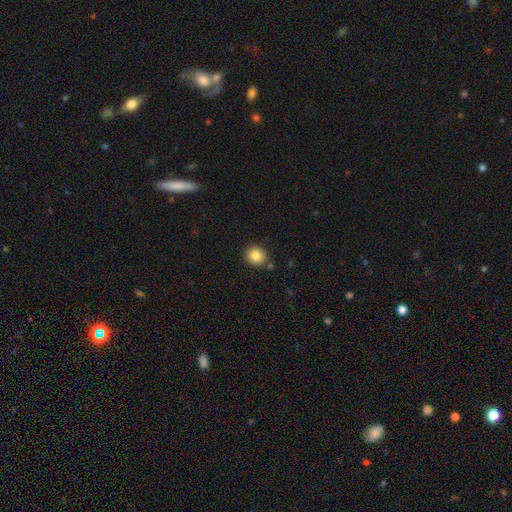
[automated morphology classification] Smooth or featured: smooth — 85% (star or artifact — 10%)
How rounded: round — 86% (in between — 13%)
Merging: none — 87% (minor disturbance — 8%)